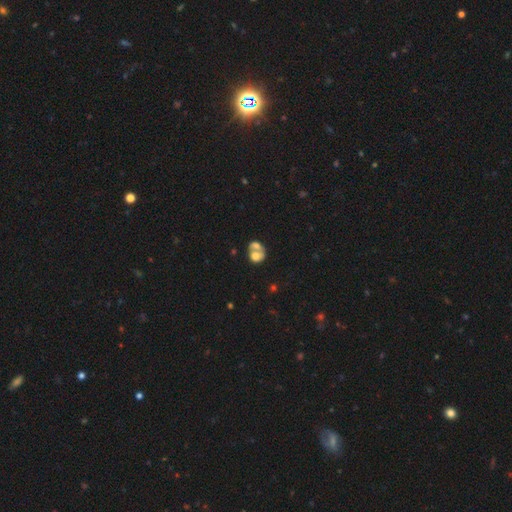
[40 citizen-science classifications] Smooth or featured: smooth — 57% (featured or disk — 38%)
How rounded: in between — 52% (round — 48%)
Merging: merger — 76% (none — 21%)